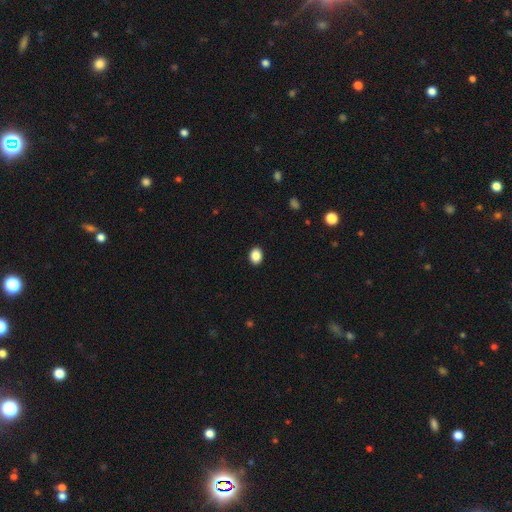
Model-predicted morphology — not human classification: The model was most divided on "how rounded": in between: 56%, round: 43%, cigar-shaped: 1%. More confident: merging — none (91%); smooth or featured — smooth (89%).